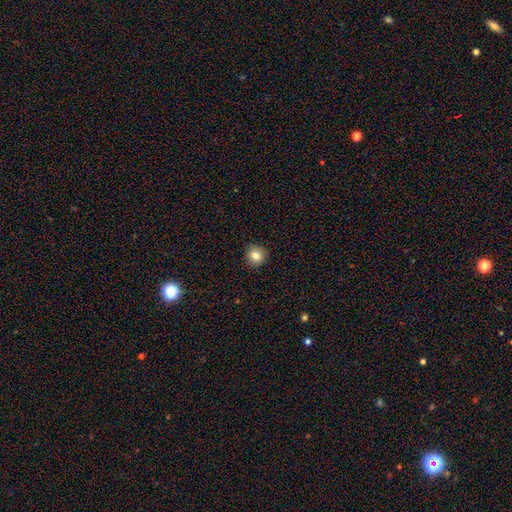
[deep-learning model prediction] Q: Smooth or featured?
A: smooth (82%); runner-up: star or artifact (10%)
Q: How rounded?
A: round (91%); runner-up: in between (8%)
Q: Merging?
A: none (92%); runner-up: minor disturbance (6%)